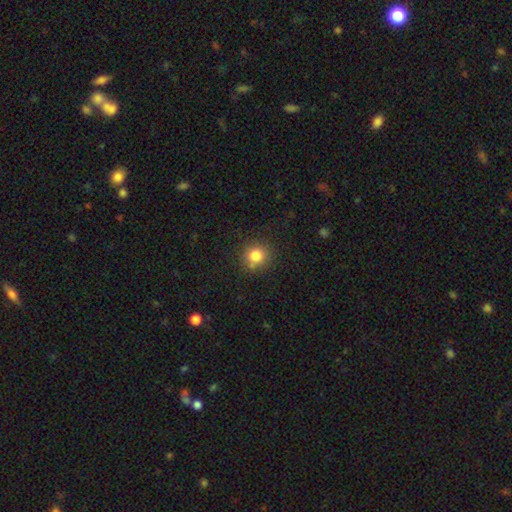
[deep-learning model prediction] Overall: smooth (82%). How rounded: round (89%). Merging: none (81%).